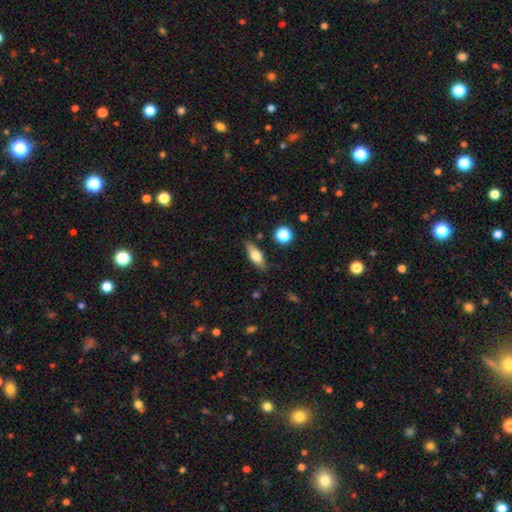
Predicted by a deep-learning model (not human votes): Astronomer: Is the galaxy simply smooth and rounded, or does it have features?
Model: smooth — 62%.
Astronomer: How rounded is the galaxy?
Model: in between — 63%.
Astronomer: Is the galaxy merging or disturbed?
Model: none — 80%.